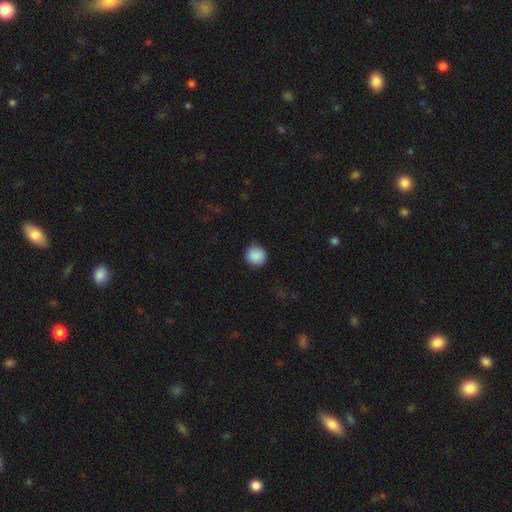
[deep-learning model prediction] This is clearly a smooth galaxy (89%). How rounded: clearly round (93%). Merging: clearly none (87%).